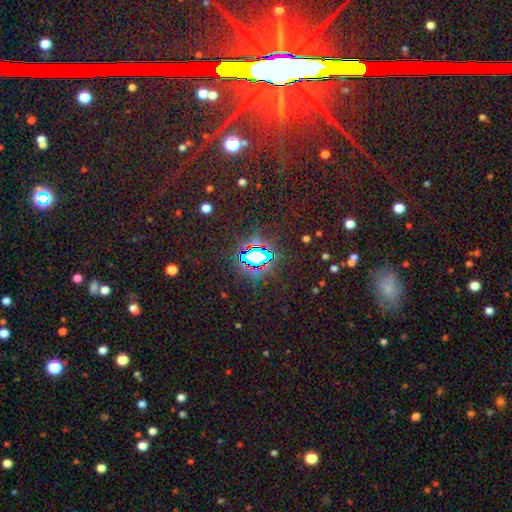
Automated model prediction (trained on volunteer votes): A star or artifact, not a galaxy (78%).

Vote fractions:
- Smooth or featured? star or artifact: 78% / smooth: 13% / featured or disk: 10%